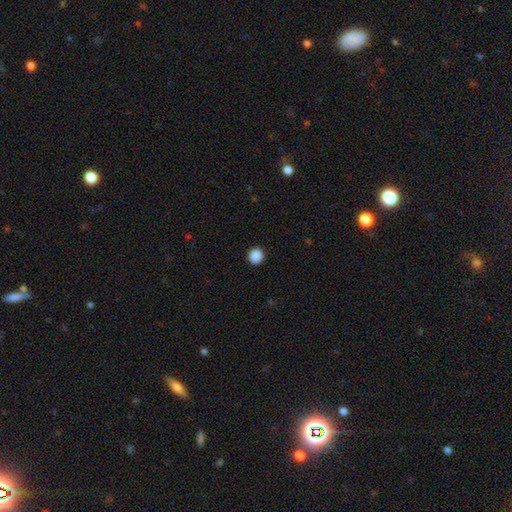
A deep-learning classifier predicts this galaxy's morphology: smooth-or-featured: smooth: 89% | star or artifact: 9% | featured or disk: 2%
  how-rounded: round: 92% | in between: 7% | cigar-shaped: 1%
  merging: none: 93% | minor disturbance: 5% | major disturbance: 2% | merger: 1%